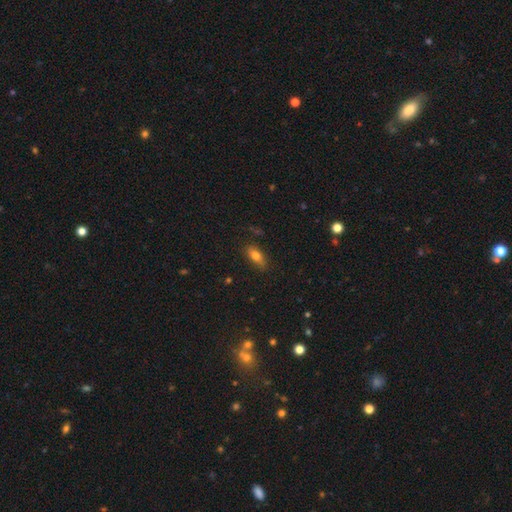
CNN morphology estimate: A smooth galaxy with no disk features (76%) that is in between round and cigar-shaped (79%). Merging: none (78%).